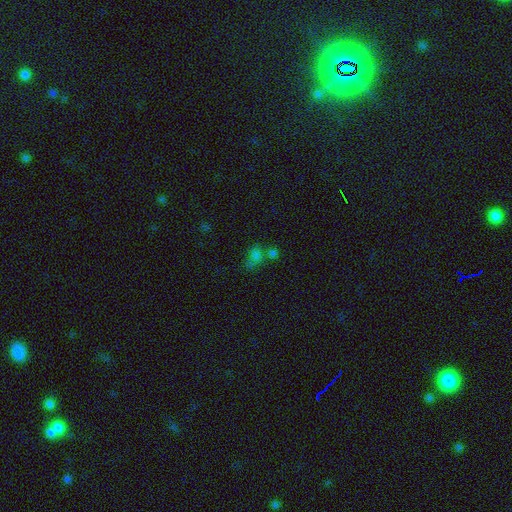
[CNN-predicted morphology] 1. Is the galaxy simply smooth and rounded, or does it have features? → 64% smooth, 26% star or artifact, 10% featured or disk.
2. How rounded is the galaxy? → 54% in between, 43% round, 3% cigar-shaped.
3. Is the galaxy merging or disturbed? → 40% none, 32% merger, 16% minor disturbance, 12% major disturbance.